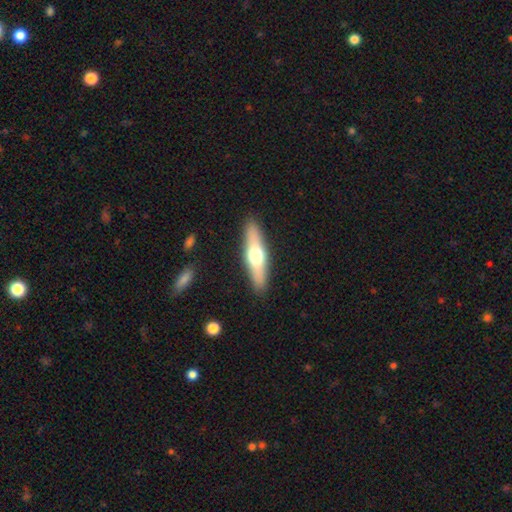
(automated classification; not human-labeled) Smooth or featured? smooth (51%)
How rounded? cigar-shaped (71%)
Merging? none (90%)